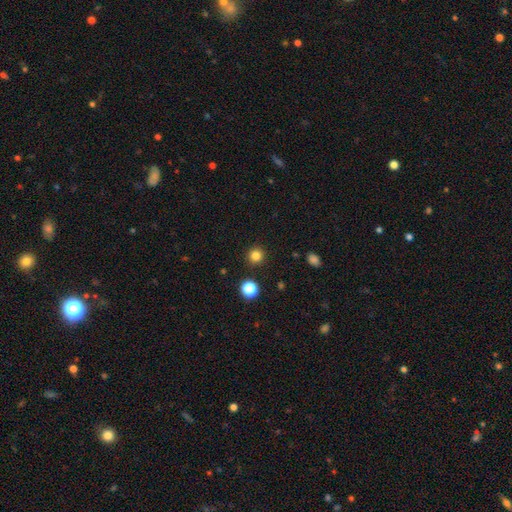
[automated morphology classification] A smooth galaxy with no disk features (82%) that is round (95%).

Vote fractions:
- Smooth or featured? smooth: 82% / star or artifact: 14% / featured or disk: 4%
- How rounded? round: 95% / in between: 4% / cigar-shaped: 1%
- Merging? none: 92% / minor disturbance: 5% / major disturbance: 2% / merger: 2%